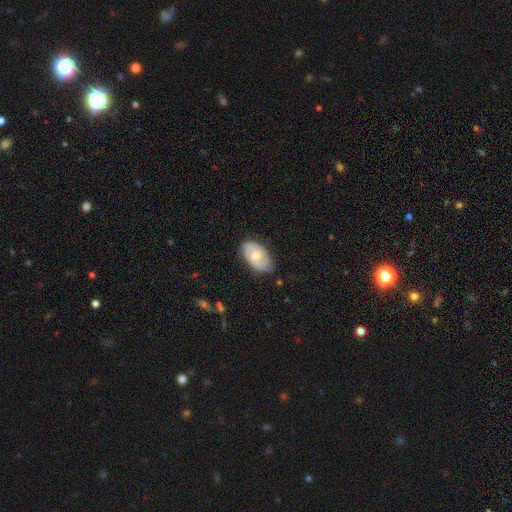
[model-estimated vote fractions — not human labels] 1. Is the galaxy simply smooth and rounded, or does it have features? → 50% featured or disk, 44% smooth, 6% star or artifact.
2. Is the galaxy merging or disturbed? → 74% none, 20% minor disturbance, 4% major disturbance, 1% merger.